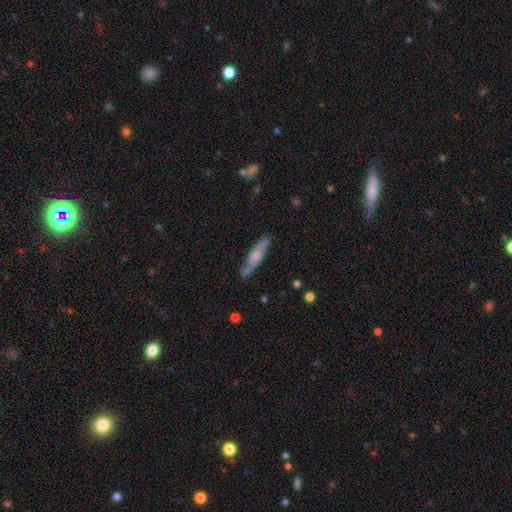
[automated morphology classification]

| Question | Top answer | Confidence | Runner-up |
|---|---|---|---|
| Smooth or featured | featured or disk | 54% | smooth (40%) |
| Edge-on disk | yes | 53% | no (47%) |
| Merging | none | 78% | minor disturbance (16%) |